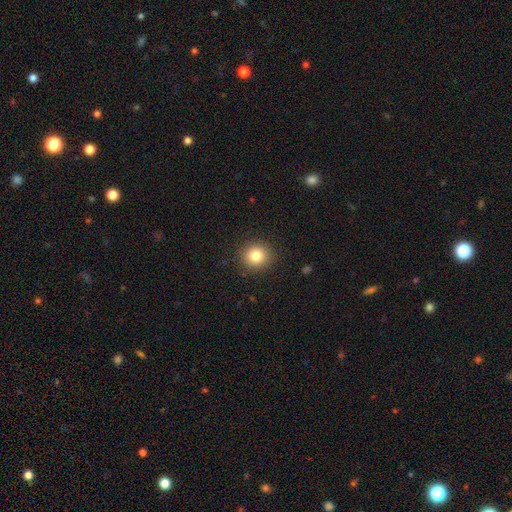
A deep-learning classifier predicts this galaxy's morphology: Overall: smooth (83%). How rounded: round (87%). Merging: none (90%).